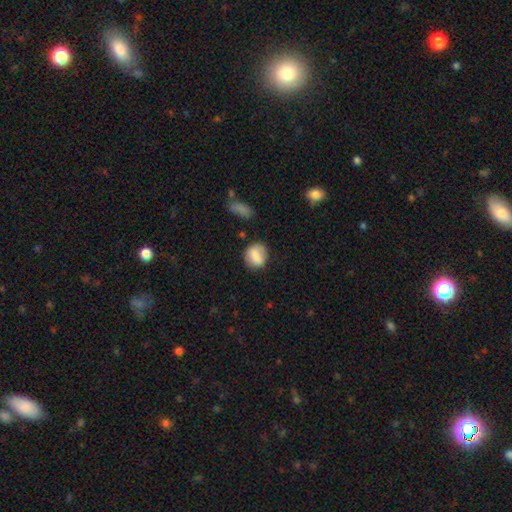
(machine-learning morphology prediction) smooth-or-featured: smooth: 78% | featured or disk: 14% | star or artifact: 8%
  how-rounded: round: 61% | in between: 37% | cigar-shaped: 2%
  merging: none: 71% | minor disturbance: 19% | major disturbance: 6% | merger: 4%